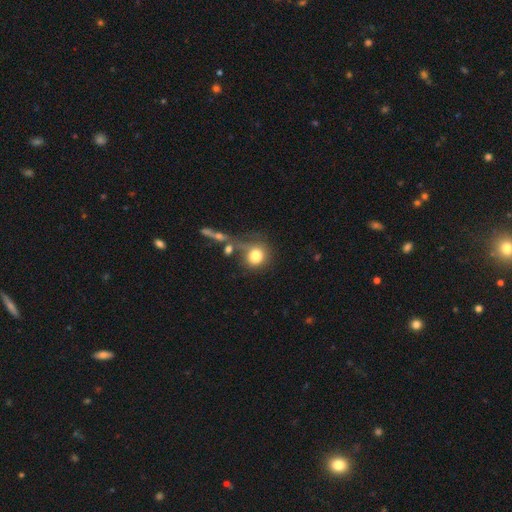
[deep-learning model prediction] This is likely a smooth galaxy (78%). How rounded: clearly round (82%). Merging: possibly none (50%).